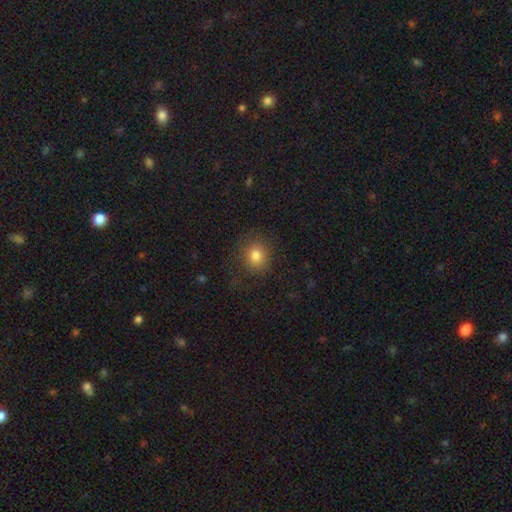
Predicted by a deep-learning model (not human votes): Morphology: type=smooth (80%); roundness=round (74%); merging=none (79%).